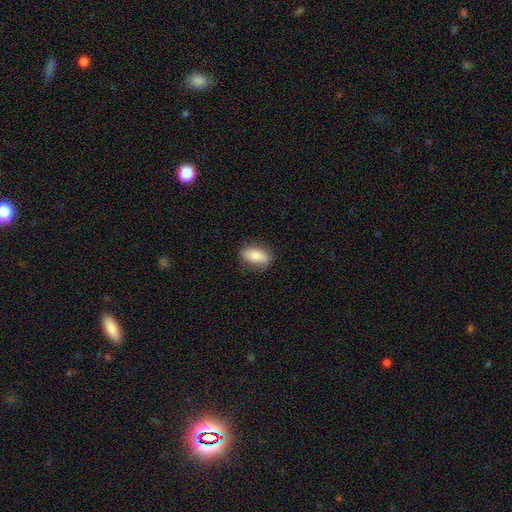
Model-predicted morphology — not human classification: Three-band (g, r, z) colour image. It shows a smooth galaxy with no disk features (81%) that is in between round and cigar-shaped (89%). Merging: none (81%).